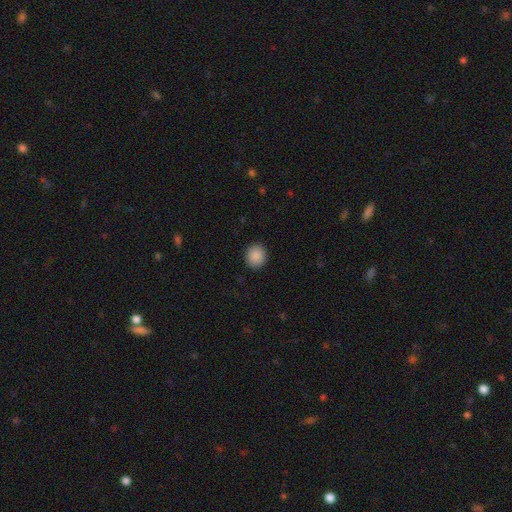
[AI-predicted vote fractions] Smooth or featured?
  - smooth: 89% *
  - star or artifact: 9%
  - featured or disk: 3%
How rounded?
  - round: 78% *
  - in between: 21%
  - cigar-shaped: 1%
Merging?
  - none: 91% *
  - minor disturbance: 6%
  - major disturbance: 2%
  - merger: 1%